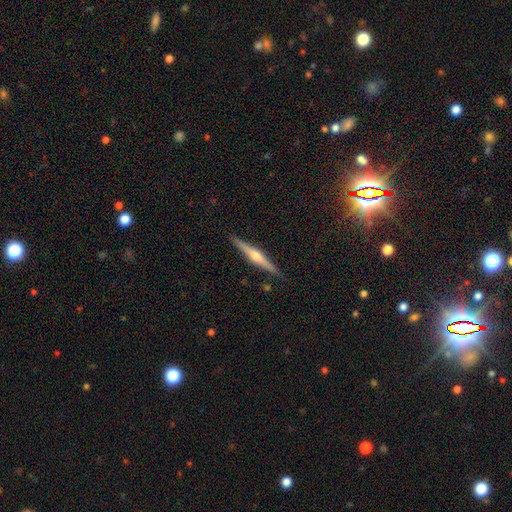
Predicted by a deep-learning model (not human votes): Smooth or featured?
  - featured or disk: 75% *
  - smooth: 19%
  - star or artifact: 6%
Edge-on disk?
  - yes: 98% *
  - no: 2%
Edge-on bulge?
  - rounded: 91% *
  - none: 5%
  - boxy: 4%
Merging?
  - none: 89% *
  - minor disturbance: 8%
  - major disturbance: 2%
  - merger: 1%